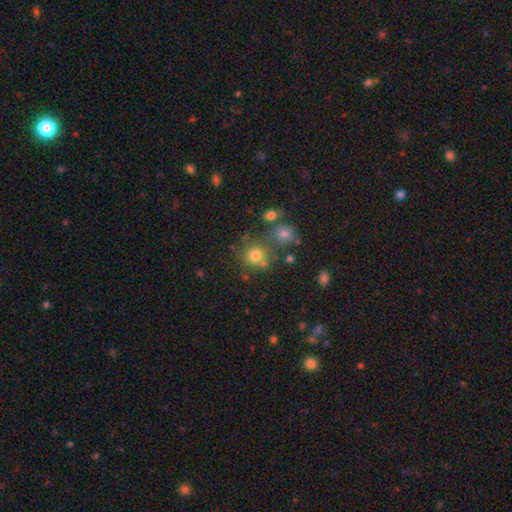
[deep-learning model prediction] Morphology: type=smooth (75%); roundness=round (87%); merging=none (61%).